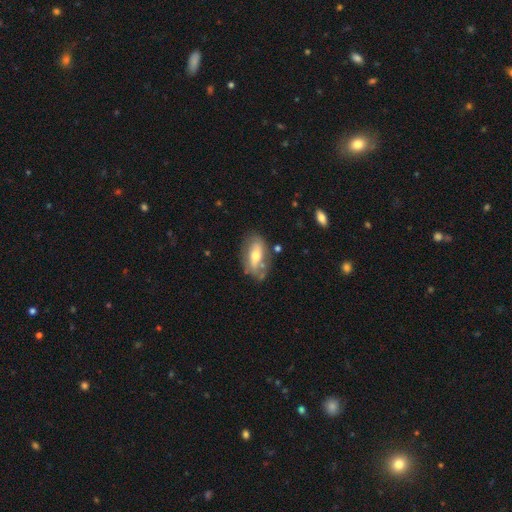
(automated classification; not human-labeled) smooth-or-featured: featured or disk: 49% | smooth: 44% | star or artifact: 7%
  merging: none: 65% | minor disturbance: 22% | major disturbance: 7% | merger: 6%